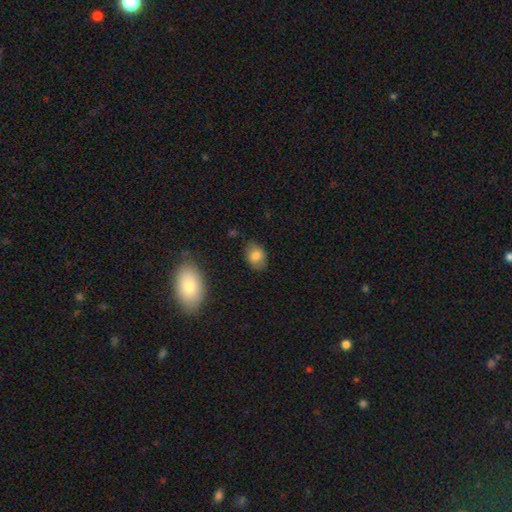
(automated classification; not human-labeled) A smooth galaxy with no disk features (81%) that is in between round and cigar-shaped (74%). Merging: none (80%).